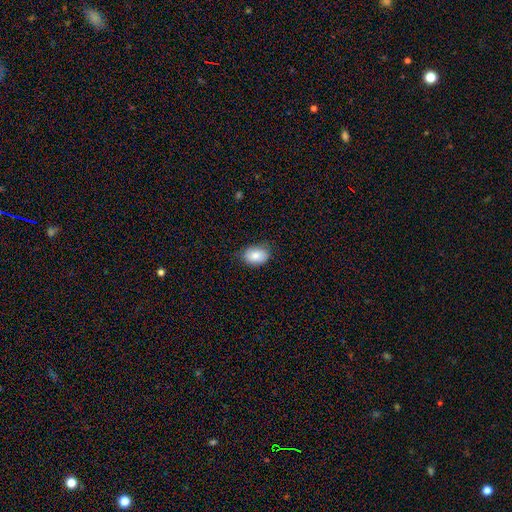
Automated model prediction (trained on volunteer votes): Smooth or featured: smooth — 84% (featured or disk — 9%)
How rounded: in between — 81% (round — 18%)
Merging: none — 77% (minor disturbance — 19%)